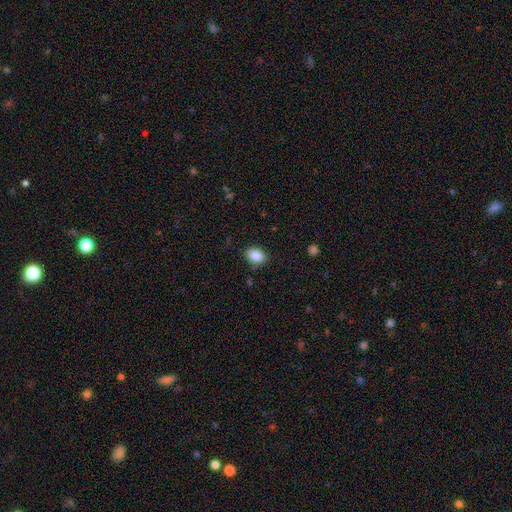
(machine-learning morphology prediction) Smooth or featured?
  - smooth: 88% *
  - star or artifact: 8%
  - featured or disk: 4%
How rounded?
  - in between: 77% *
  - round: 22%
  - cigar-shaped: 1%
Merging?
  - none: 84% *
  - minor disturbance: 12%
  - major disturbance: 3%
  - merger: 2%